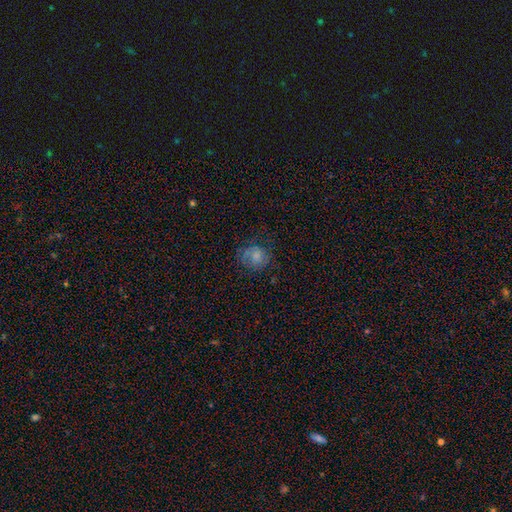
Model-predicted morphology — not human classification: smooth_or_featured: smooth (p=0.70) [alt: featured or disk p=0.19]
how_rounded: round (p=0.76) [alt: in between p=0.23]
merging: none (p=0.61) [alt: minor disturbance p=0.23]